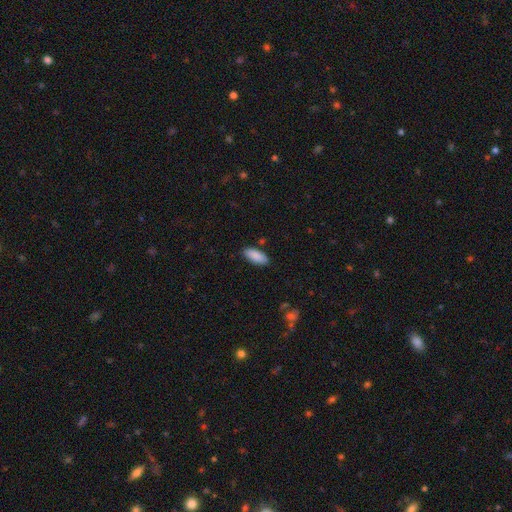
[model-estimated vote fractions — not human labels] smooth 90%, star or artifact 6%, featured or disk 4%. Down the decision tree: how rounded — in between (81%); merging — none (87%).